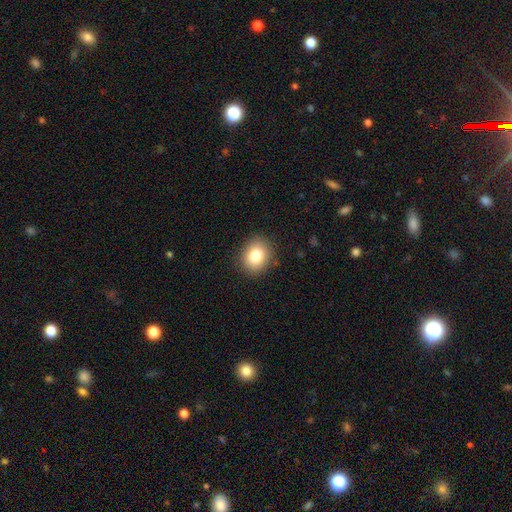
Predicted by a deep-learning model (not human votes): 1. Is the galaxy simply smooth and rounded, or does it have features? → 81% smooth, 10% star or artifact, 9% featured or disk.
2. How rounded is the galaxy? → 61% round, 39% in between, 1% cigar-shaped.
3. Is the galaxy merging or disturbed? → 88% none, 9% minor disturbance, 3% major disturbance, 1% merger.